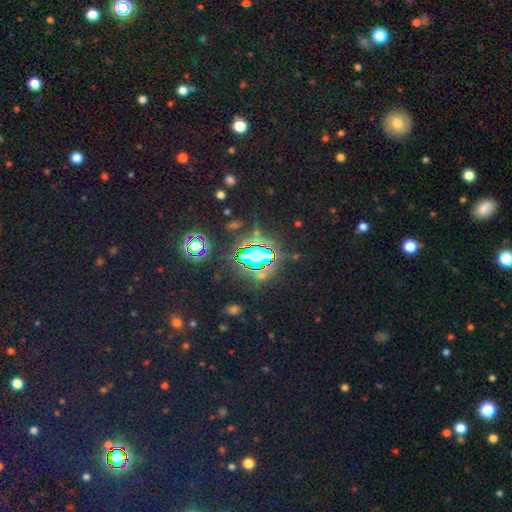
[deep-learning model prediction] Smooth or featured? Predicted: star or artifact (p=0.70).